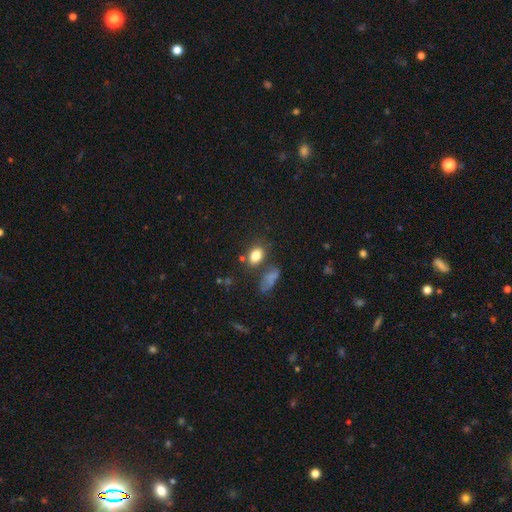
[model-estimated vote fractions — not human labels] Smooth or featured?
  - smooth: 81% *
  - star or artifact: 11%
  - featured or disk: 8%
How rounded?
  - in between: 74% *
  - round: 24%
  - cigar-shaped: 2%
Merging?
  - none: 69% *
  - minor disturbance: 15%
  - merger: 11%
  - major disturbance: 6%